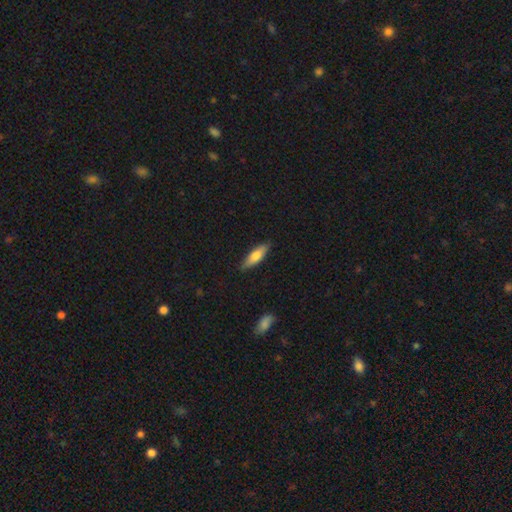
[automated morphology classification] Smooth or featured? Predicted: smooth (p=0.67). How rounded? Predicted: cigar-shaped (p=0.61). Merging? Predicted: none (p=0.86).